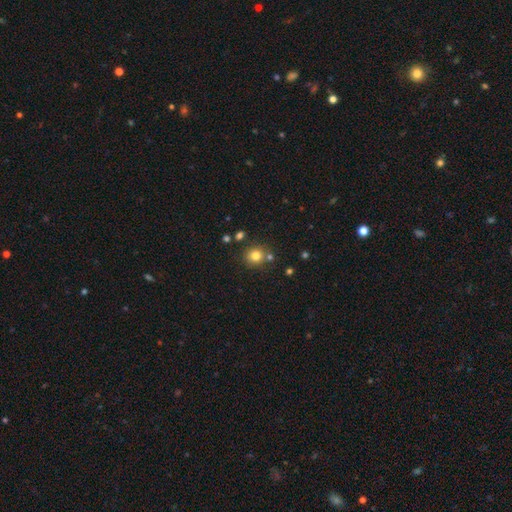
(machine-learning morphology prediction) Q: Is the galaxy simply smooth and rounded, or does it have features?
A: smooth — 79%.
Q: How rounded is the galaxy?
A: round — 86%.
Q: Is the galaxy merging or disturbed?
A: none — 77%.